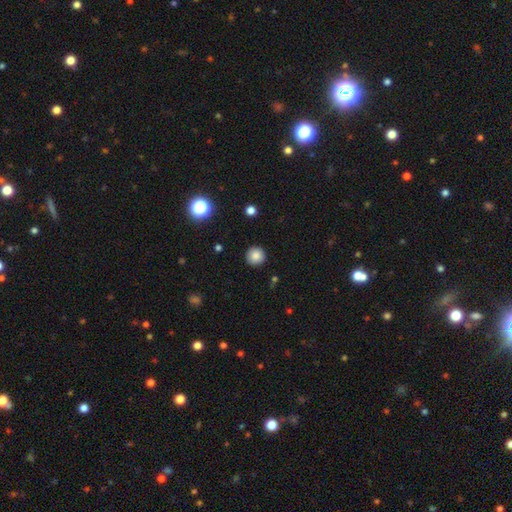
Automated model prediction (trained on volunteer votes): smooth_or_featured: smooth (p=0.84) [alt: star or artifact p=0.11]
how_rounded: round (p=0.95) [alt: in between p=0.04]
merging: none (p=0.91) [alt: minor disturbance p=0.06]